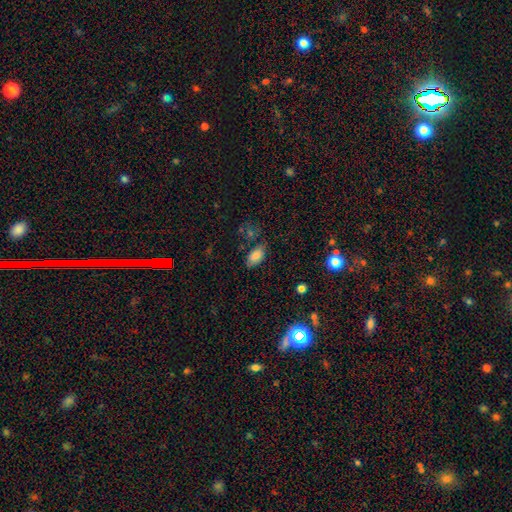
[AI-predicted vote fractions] Smooth or featured? Predicted: smooth (p=0.80). How rounded? Predicted: in between (p=0.92). Merging? Predicted: none (p=0.71).